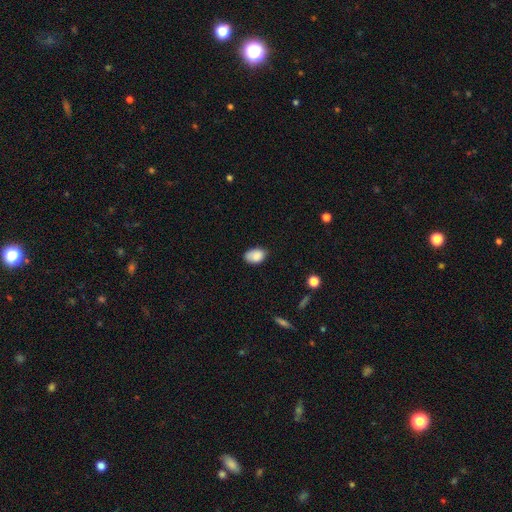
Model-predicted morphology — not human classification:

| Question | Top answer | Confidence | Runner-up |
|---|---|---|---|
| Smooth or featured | smooth | 87% | star or artifact (8%) |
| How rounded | in between | 88% | round (11%) |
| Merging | none | 70% | minor disturbance (24%) |